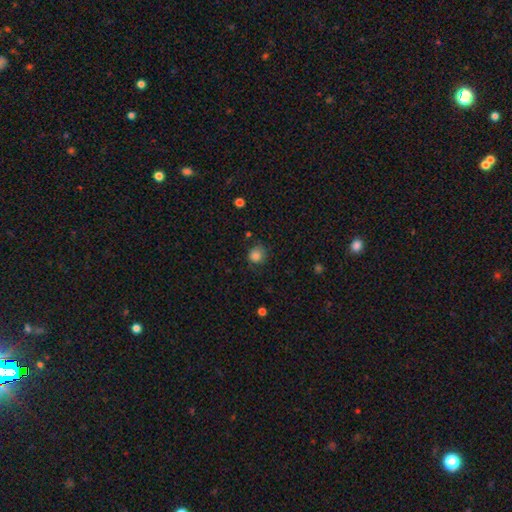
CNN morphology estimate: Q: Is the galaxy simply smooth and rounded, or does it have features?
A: smooth — 84%.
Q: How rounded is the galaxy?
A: round — 81%.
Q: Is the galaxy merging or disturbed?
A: none — 68%.